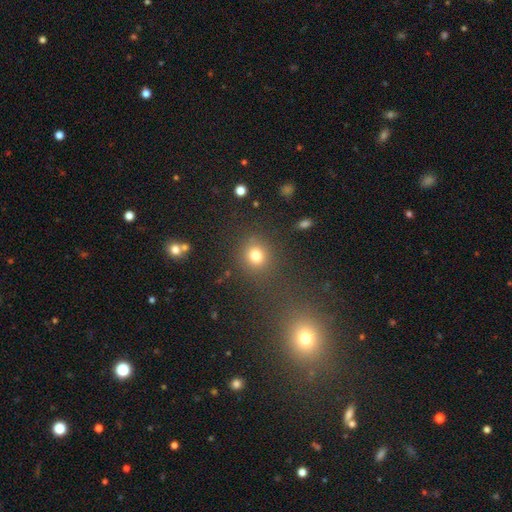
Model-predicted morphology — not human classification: smooth-or-featured: smooth: 76% | star or artifact: 17% | featured or disk: 7%
  how-rounded: round: 83% | in between: 16% | cigar-shaped: 1%
  merging: none: 79% | minor disturbance: 9% | merger: 7% | major disturbance: 5%